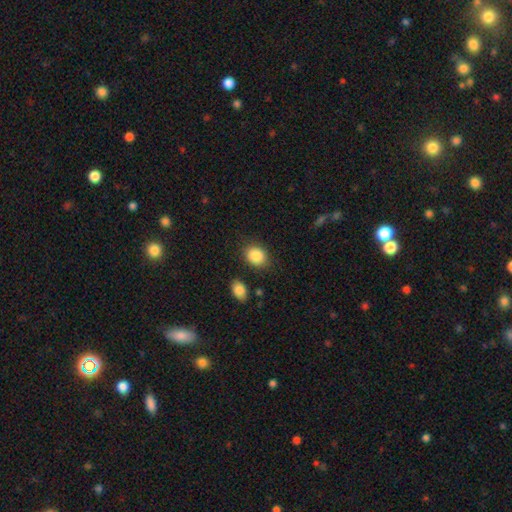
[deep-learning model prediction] Smooth or featured? Predicted: smooth (p=0.88). How rounded? Predicted: in between (p=0.54). Merging? Predicted: none (p=0.81).